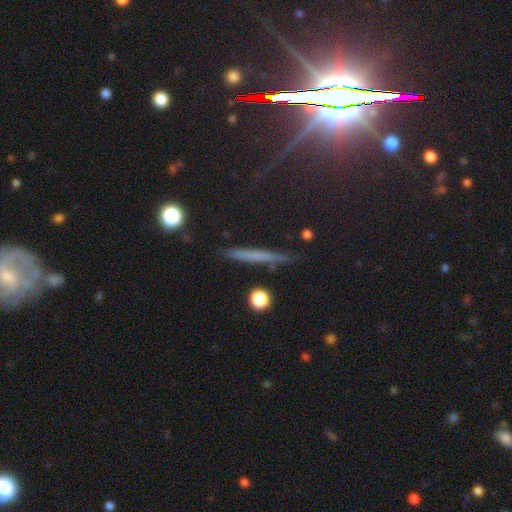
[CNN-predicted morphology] Smooth or featured? Predicted: smooth (p=0.53). How rounded? Predicted: cigar-shaped (p=0.93). Merging? Predicted: none (p=0.86).